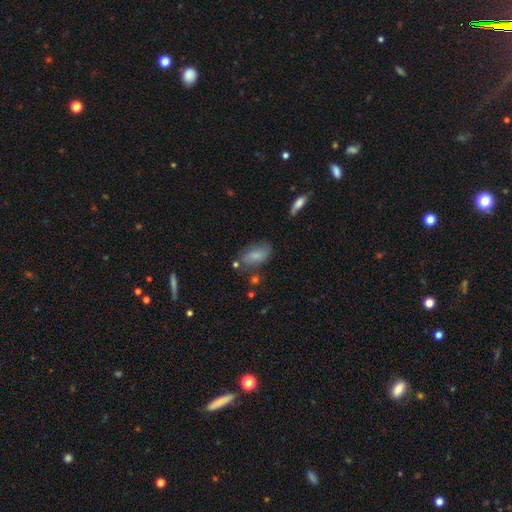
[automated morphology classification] Smooth or featured? Predicted: smooth (p=0.78). How rounded? Predicted: in between (p=0.90). Merging? Predicted: none (p=0.64).